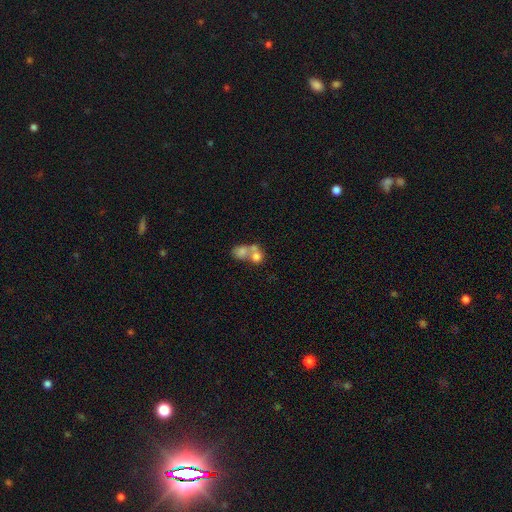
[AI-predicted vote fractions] Q: Smooth or featured?
A: smooth (71%); runner-up: featured or disk (19%)
Q: How rounded?
A: round (69%); runner-up: in between (30%)
Q: Merging?
A: merger (67%); runner-up: none (22%)